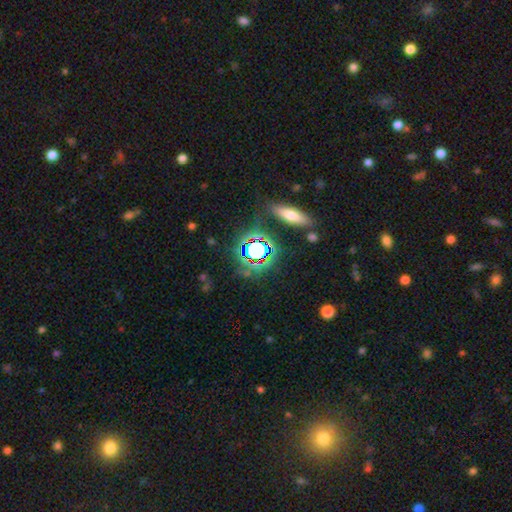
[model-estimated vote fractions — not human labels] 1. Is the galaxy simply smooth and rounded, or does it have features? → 67% star or artifact, 19% smooth, 14% featured or disk.